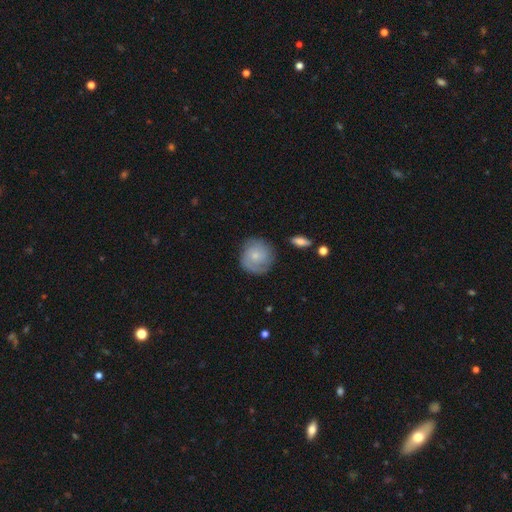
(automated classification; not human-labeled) Smooth or featured? Predicted: featured or disk (p=0.51). Edge-on disk? Predicted: no (p=0.97). Merging? Predicted: none (p=0.78).